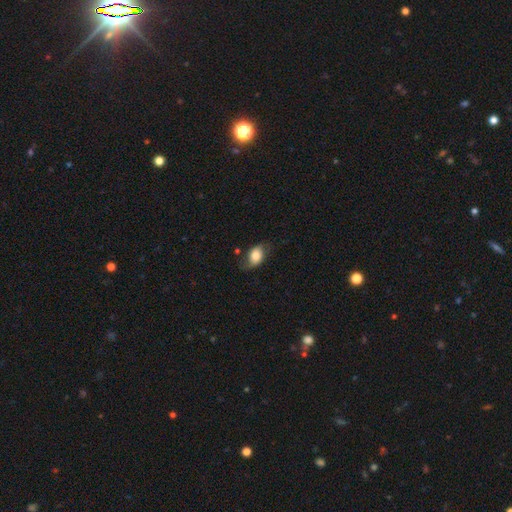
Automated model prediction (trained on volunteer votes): Smooth or featured?
  - smooth: 69% *
  - featured or disk: 24%
  - star or artifact: 8%
How rounded?
  - in between: 80% *
  - round: 18%
  - cigar-shaped: 2%
Merging?
  - none: 60% *
  - minor disturbance: 27%
  - major disturbance: 11%
  - merger: 2%